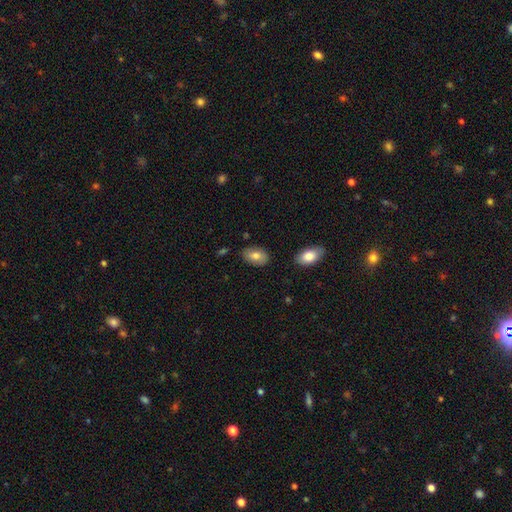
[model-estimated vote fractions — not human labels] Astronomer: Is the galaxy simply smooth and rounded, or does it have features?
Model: smooth — 80%.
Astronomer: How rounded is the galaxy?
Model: in between — 90%.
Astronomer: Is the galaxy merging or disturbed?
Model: none — 82%.